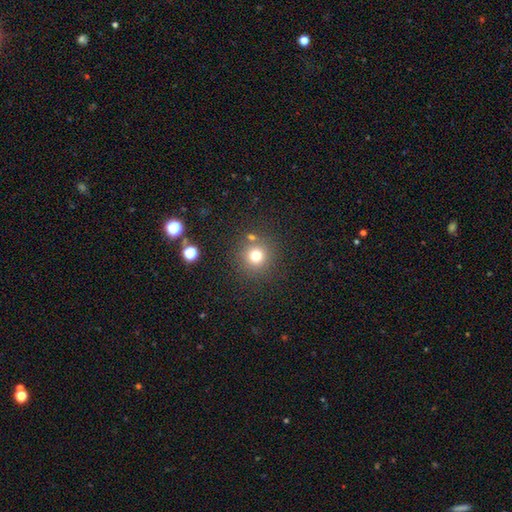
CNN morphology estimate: smooth-or-featured: smooth: 76% | star or artifact: 16% | featured or disk: 8%
  how-rounded: round: 94% | in between: 5% | cigar-shaped: 1%
  merging: none: 82% | minor disturbance: 8% | merger: 7% | major disturbance: 3%